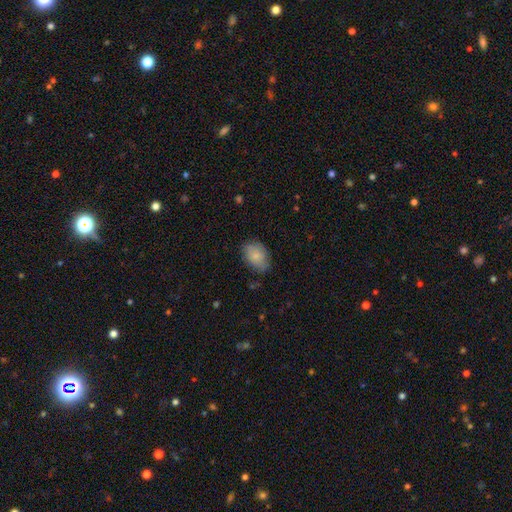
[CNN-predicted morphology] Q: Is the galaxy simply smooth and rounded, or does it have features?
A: smooth — 83%.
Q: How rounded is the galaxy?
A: in between — 84%.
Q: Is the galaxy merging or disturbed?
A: none — 74%.